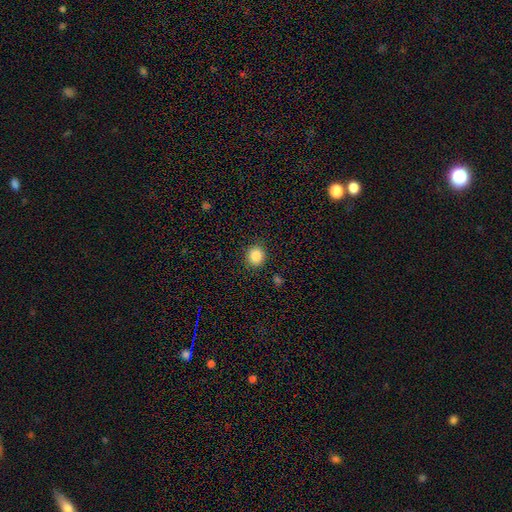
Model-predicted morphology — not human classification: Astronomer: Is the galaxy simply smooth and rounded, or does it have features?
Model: smooth — 85%.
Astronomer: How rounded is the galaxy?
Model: round — 87%.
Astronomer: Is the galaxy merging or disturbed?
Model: none — 89%.